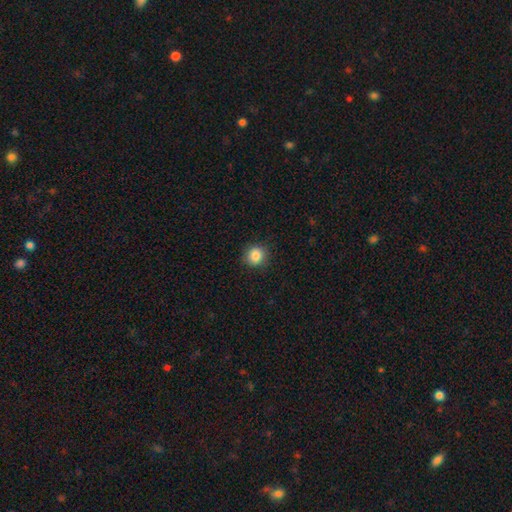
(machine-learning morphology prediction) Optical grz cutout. It shows a smooth galaxy with no disk features (86%) that is round (86%). Merging: none (88%).